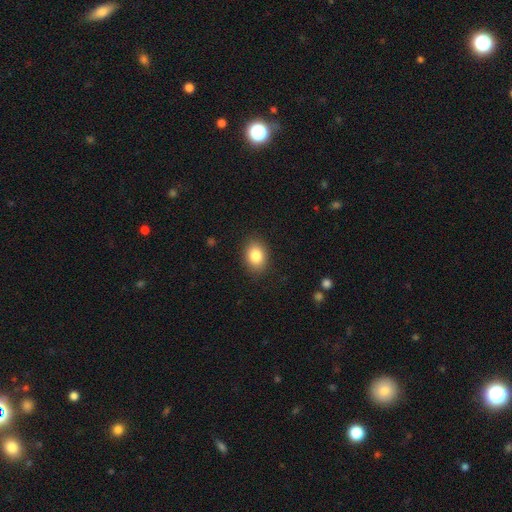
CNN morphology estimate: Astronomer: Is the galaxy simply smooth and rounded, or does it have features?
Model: smooth — 84%.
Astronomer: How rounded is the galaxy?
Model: in between — 70%.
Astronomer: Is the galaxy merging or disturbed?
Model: none — 88%.